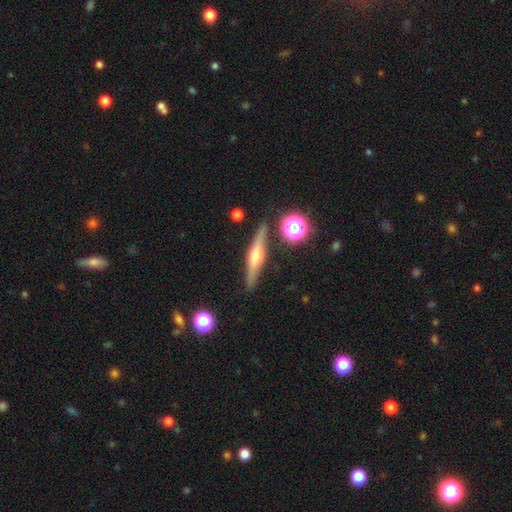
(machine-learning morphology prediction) A featured or disk galaxy (69%) viewed edge-on (97%) with a rounded central bulge (89%). Merging: none (88%).